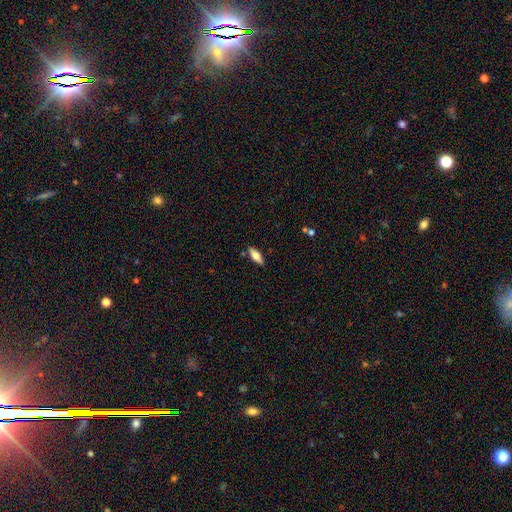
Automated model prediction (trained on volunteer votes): Overall: smooth (58%; featured or disk 36%). How rounded: in between (56%; cigar-shaped 41%). Merging: none (85%).